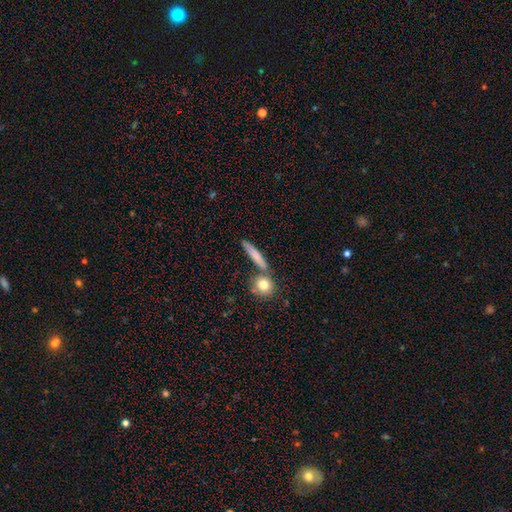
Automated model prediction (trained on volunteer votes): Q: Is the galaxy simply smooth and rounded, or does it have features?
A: smooth — 71%.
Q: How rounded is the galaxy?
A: cigar-shaped — 75%.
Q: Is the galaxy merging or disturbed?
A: none — 73%.